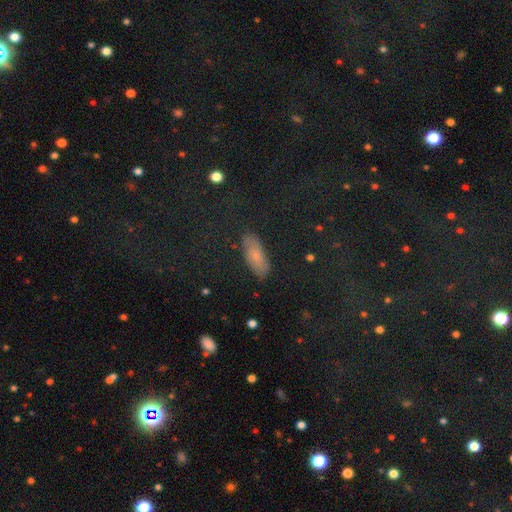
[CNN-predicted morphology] The model was most divided on "smooth or featured": smooth: 62%, star or artifact: 20%, featured or disk: 18%. More confident: merging — none (80%); how rounded — in between (77%).